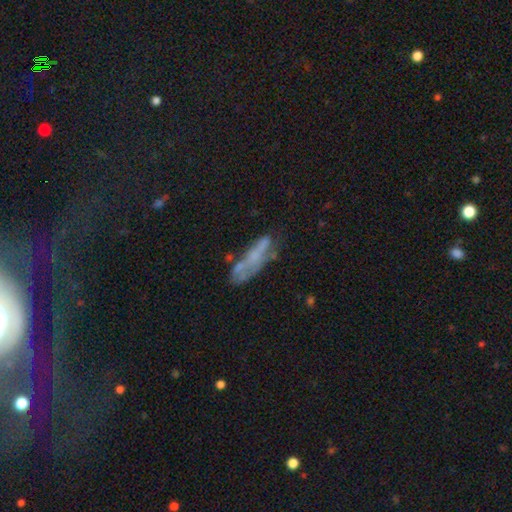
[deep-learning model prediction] smooth_or_featured: featured or disk (p=0.46) [alt: smooth p=0.42]
merging: none (p=0.43) [alt: minor disturbance p=0.26]